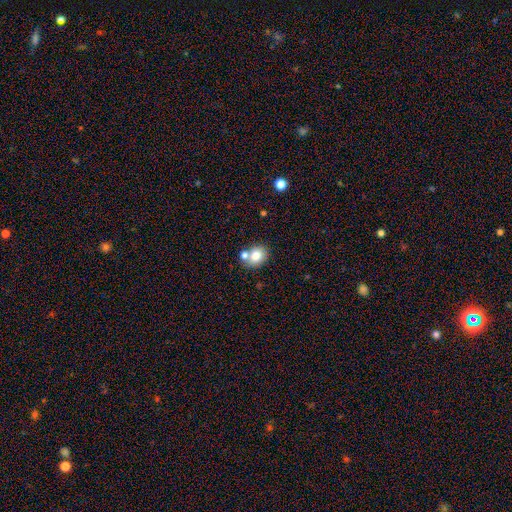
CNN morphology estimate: smooth_or_featured: smooth (p=0.78) [alt: featured or disk p=0.12]
how_rounded: round (p=0.51) [alt: in between p=0.48]
merging: none (p=0.57) [alt: merger p=0.28]